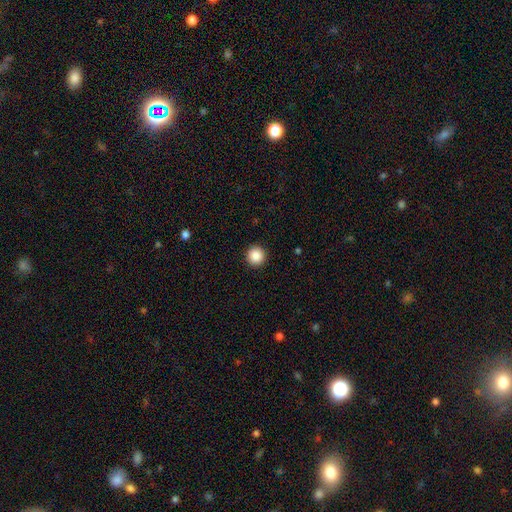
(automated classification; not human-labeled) Morphology: type=smooth (87%); roundness=round (96%); merging=none (93%).